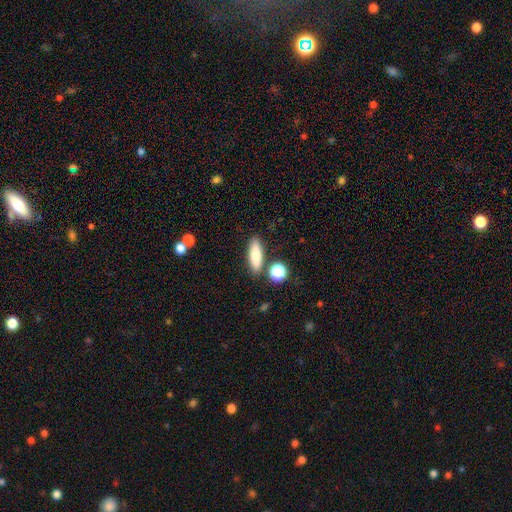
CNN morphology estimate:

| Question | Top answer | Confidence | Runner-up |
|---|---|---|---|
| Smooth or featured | smooth | 79% | featured or disk (13%) |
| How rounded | in between | 49% | cigar-shaped (47%) |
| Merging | none | 81% | minor disturbance (10%) |